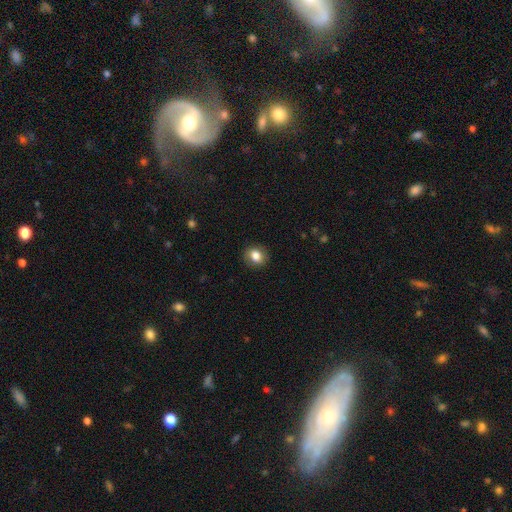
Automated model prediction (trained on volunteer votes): Overall: smooth (82%). How rounded: round (64%; in between 35%). Merging: none (86%).